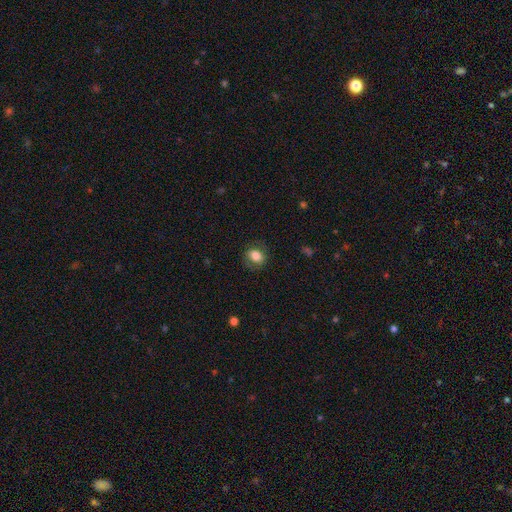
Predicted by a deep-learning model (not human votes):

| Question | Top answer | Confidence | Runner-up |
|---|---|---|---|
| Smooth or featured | smooth | 75% | featured or disk (16%) |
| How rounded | in between | 50% | round (49%) |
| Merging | none | 77% | minor disturbance (15%) |